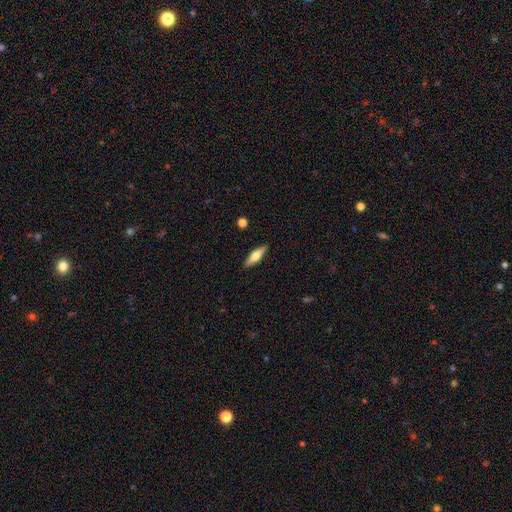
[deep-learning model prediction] The model was most divided on "smooth or featured": smooth: 49%, featured or disk: 45%, star or artifact: 6%. More confident: merging — none (89%).